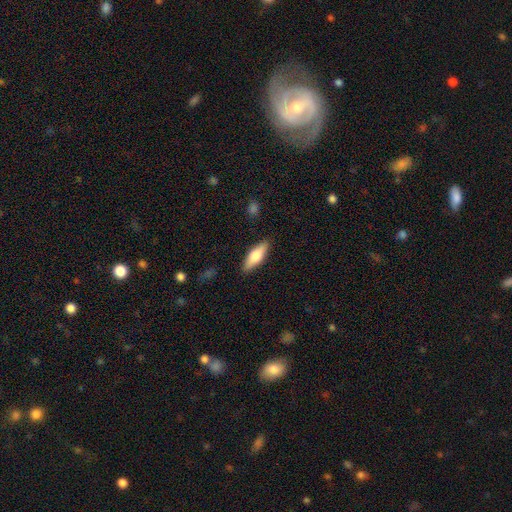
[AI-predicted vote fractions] smooth-or-featured: smooth: 63% | featured or disk: 31% | star or artifact: 6%
  how-rounded: in between: 56% | cigar-shaped: 41% | round: 2%
  merging: none: 88% | minor disturbance: 9% | major disturbance: 2% | merger: 1%